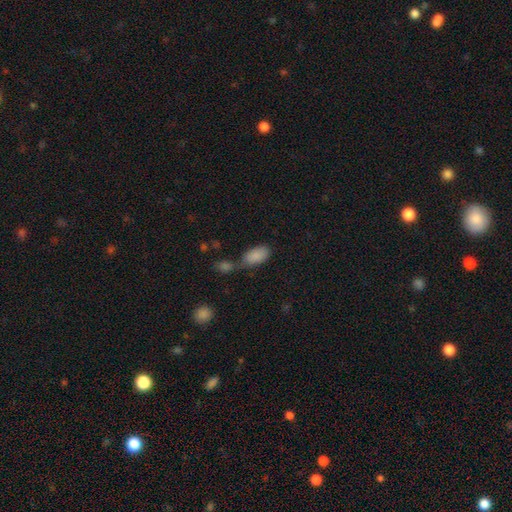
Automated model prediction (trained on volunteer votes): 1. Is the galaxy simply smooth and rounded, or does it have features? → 86% smooth, 8% star or artifact, 7% featured or disk.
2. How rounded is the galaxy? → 93% in between, 4% round, 3% cigar-shaped.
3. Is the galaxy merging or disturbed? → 41% merger, 38% none, 14% minor disturbance, 7% major disturbance.